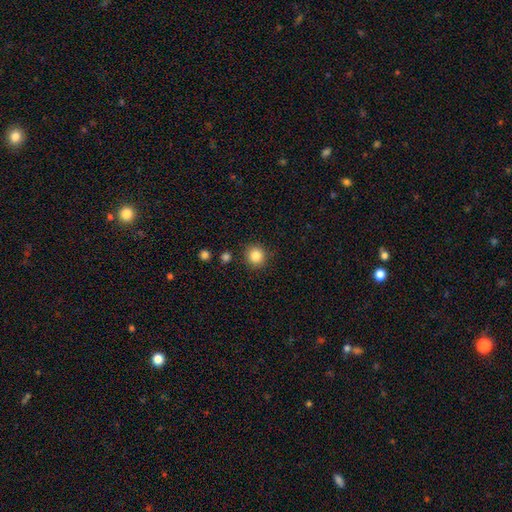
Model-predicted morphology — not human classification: Overall: smooth (85%). How rounded: round (91%). Merging: none (88%).